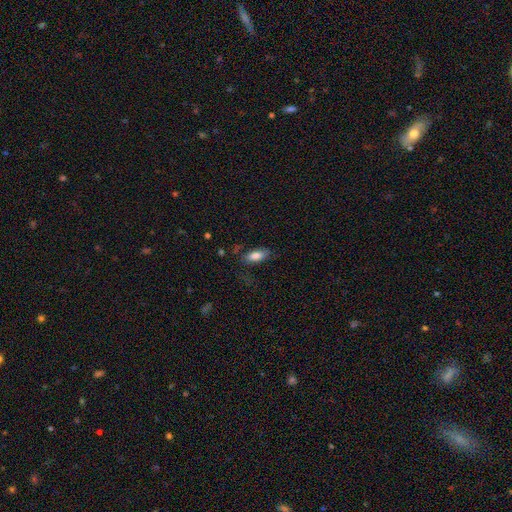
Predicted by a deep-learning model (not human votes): smooth-or-featured: smooth: 81% | featured or disk: 12% | star or artifact: 7%
  how-rounded: in between: 81% | cigar-shaped: 16% | round: 3%
  merging: none: 69% | minor disturbance: 20% | major disturbance: 8% | merger: 2%